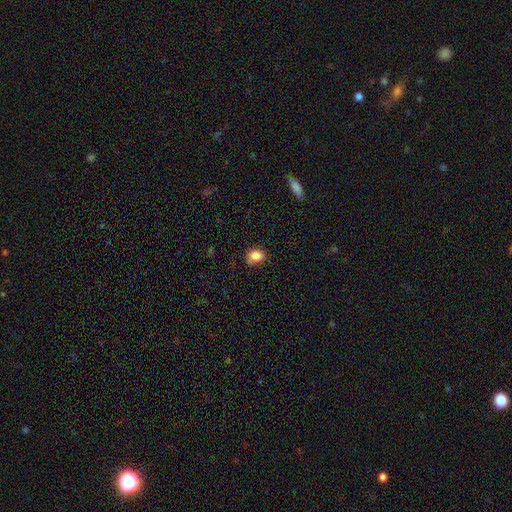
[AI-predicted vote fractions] Smooth or featured? Predicted: smooth (p=0.85). How rounded? Predicted: in between (p=0.60). Merging? Predicted: none (p=0.66).